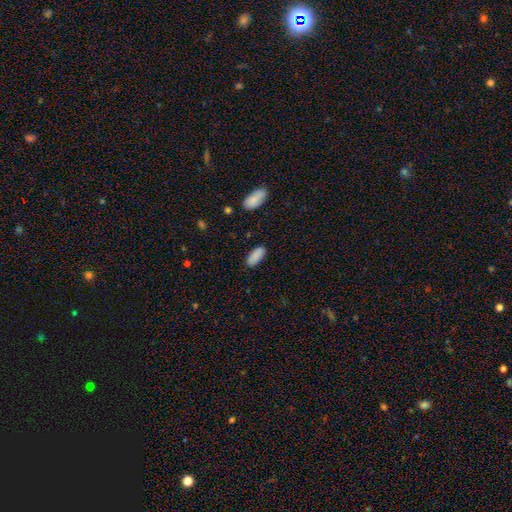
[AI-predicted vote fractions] Smooth or featured?
  - smooth: 89% *
  - star or artifact: 7%
  - featured or disk: 4%
How rounded?
  - in between: 84% *
  - cigar-shaped: 14%
  - round: 2%
Merging?
  - none: 85% *
  - minor disturbance: 10%
  - major disturbance: 2%
  - merger: 2%